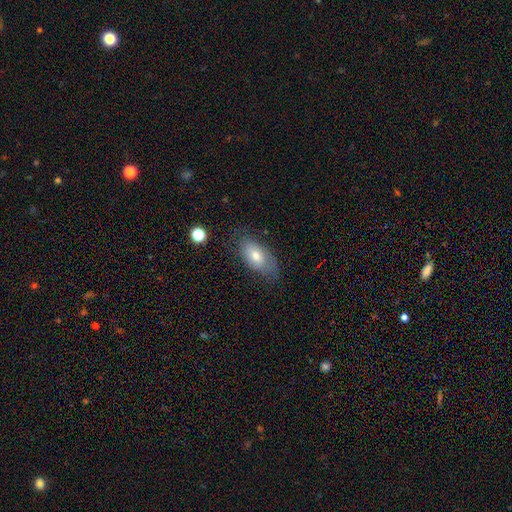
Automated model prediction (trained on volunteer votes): Q: Smooth or featured?
A: smooth (66%); runner-up: featured or disk (26%)
Q: How rounded?
A: in between (91%); runner-up: round (5%)
Q: Merging?
A: none (72%); runner-up: minor disturbance (20%)